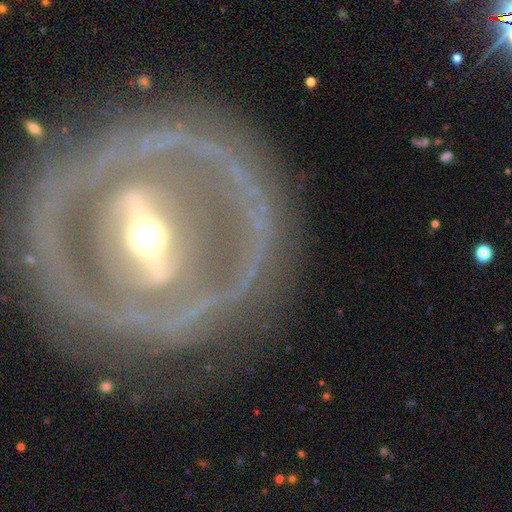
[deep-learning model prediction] Morphology: type=featured or disk (84%); edge-on=no (88%); bar=strong (69%); spiral arms=no (54%); bulge=moderate (66%); merging=none (77%).